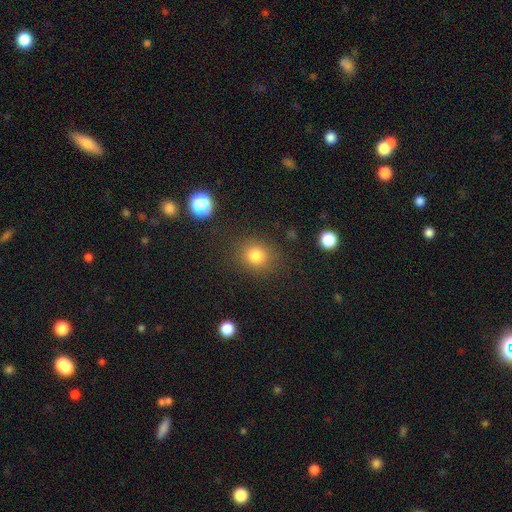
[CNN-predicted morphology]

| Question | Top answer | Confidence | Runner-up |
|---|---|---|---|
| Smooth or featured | smooth | 80% | star or artifact (13%) |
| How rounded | round | 77% | in between (22%) |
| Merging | none | 84% | minor disturbance (10%) |